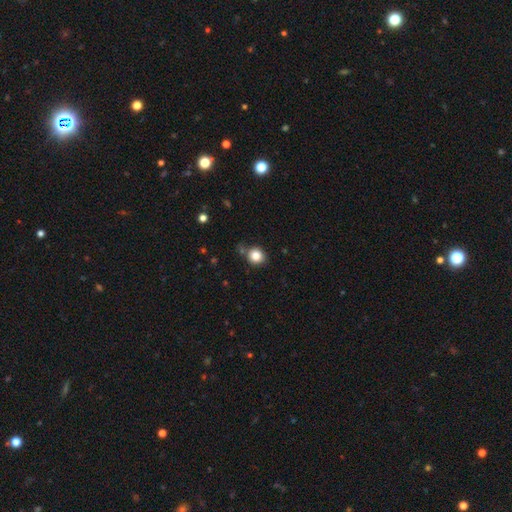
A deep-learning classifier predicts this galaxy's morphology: type=smooth (84%); roundness=round (82%); merging=none (76%).